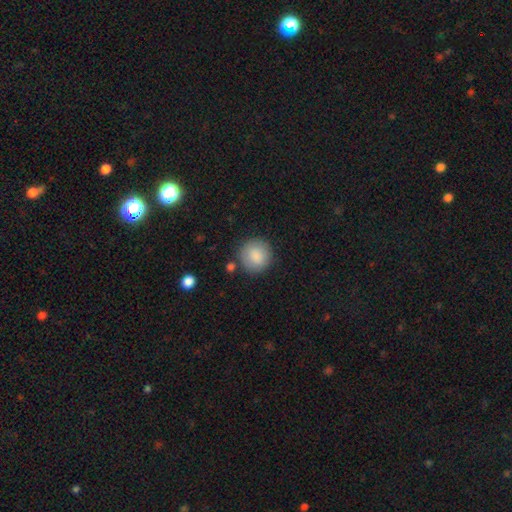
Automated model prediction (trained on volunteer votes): Smooth or featured?
  - smooth: 87% *
  - star or artifact: 7%
  - featured or disk: 6%
How rounded?
  - round: 92% *
  - in between: 7%
  - cigar-shaped: 1%
Merging?
  - none: 83% *
  - minor disturbance: 10%
  - merger: 4%
  - major disturbance: 3%